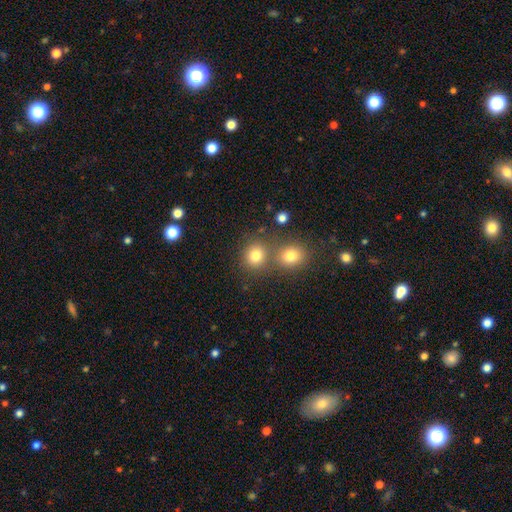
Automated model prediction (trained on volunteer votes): Smooth or featured? Predicted: smooth (p=0.79). How rounded? Predicted: round (p=0.82). Merging? Predicted: none (p=0.64).